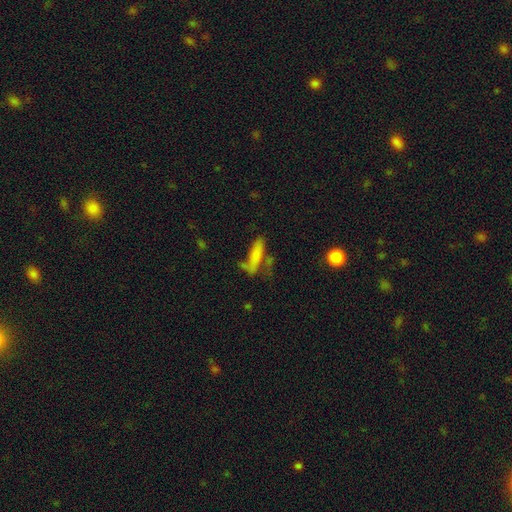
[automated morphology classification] Smooth or featured?
  - smooth: 70% *
  - featured or disk: 19%
  - star or artifact: 11%
How rounded?
  - cigar-shaped: 63% *
  - in between: 34%
  - round: 3%
Merging?
  - none: 42% *
  - minor disturbance: 22%
  - major disturbance: 20%
  - merger: 17%